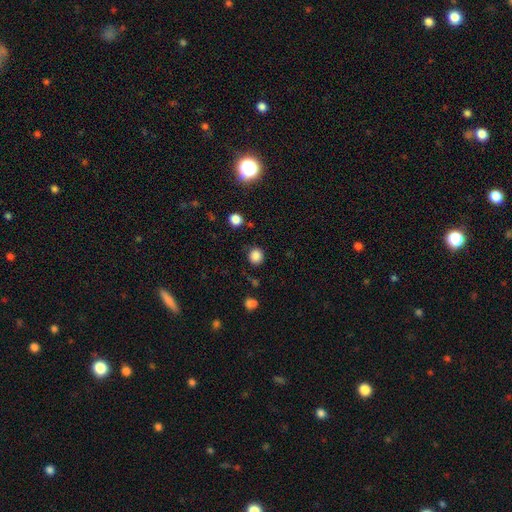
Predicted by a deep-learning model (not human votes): A smooth galaxy with no disk features (84%) that is round (89%). Merging: none (84%).